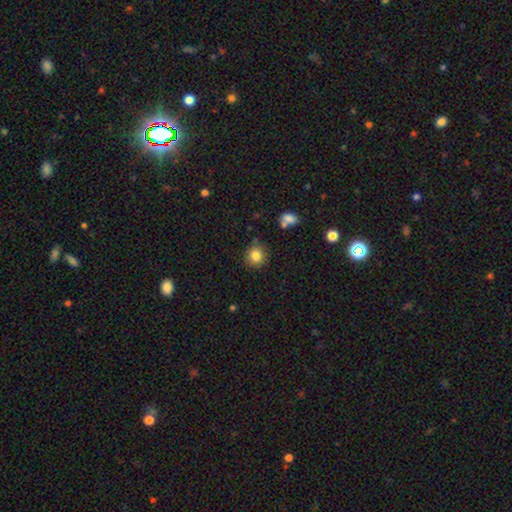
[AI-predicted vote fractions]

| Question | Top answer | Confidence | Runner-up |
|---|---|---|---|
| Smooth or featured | smooth | 83% | star or artifact (10%) |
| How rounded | round | 87% | in between (13%) |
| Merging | none | 82% | minor disturbance (11%) |